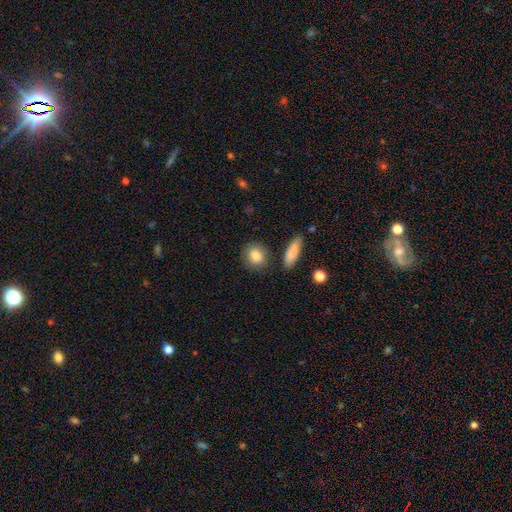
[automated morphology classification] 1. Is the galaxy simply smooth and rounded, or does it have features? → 87% smooth, 7% featured or disk, 6% star or artifact.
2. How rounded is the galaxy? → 64% round, 33% in between, 3% cigar-shaped.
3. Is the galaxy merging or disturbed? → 82% none, 11% minor disturbance, 4% merger, 3% major disturbance.